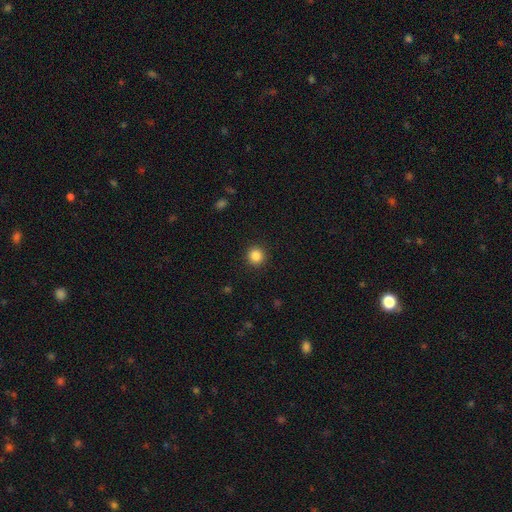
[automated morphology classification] The model was most divided on "smooth or featured": smooth: 86%, star or artifact: 11%, featured or disk: 4%. More confident: how rounded — round (93%); merging — none (92%).